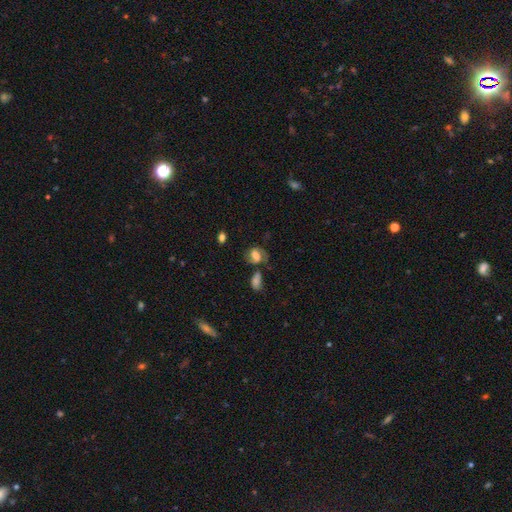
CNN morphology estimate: Q: Smooth or featured?
A: smooth (51%); runner-up: featured or disk (38%)
Q: How rounded?
A: in between (68%); runner-up: round (30%)
Q: Merging?
A: none (46%); runner-up: minor disturbance (20%)